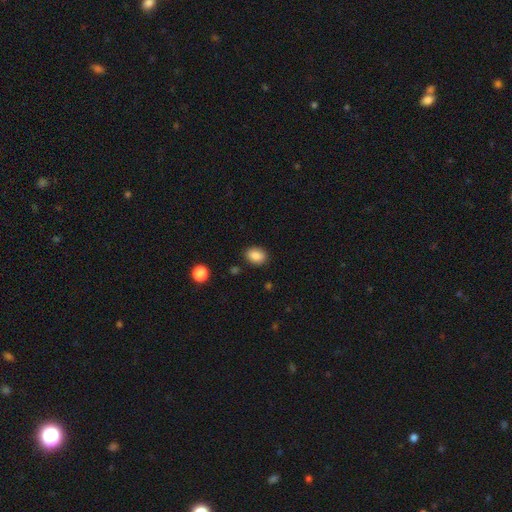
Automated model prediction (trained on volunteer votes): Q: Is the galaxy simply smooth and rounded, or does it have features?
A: smooth — 87%.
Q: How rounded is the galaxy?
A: in between — 68%.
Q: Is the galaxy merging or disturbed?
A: none — 86%.